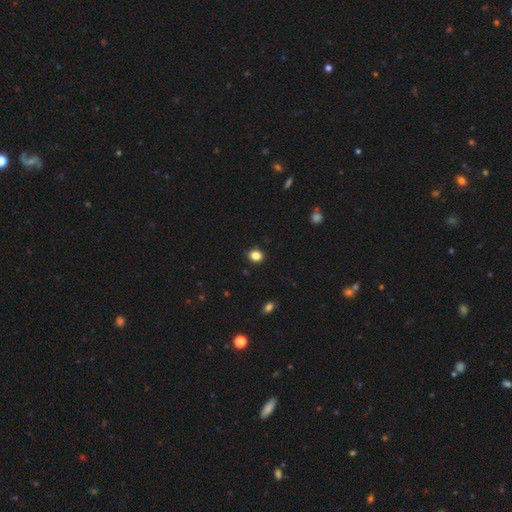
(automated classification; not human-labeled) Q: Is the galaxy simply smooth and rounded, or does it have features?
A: smooth — 85%.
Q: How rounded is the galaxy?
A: round — 62%.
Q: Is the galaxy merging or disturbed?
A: none — 86%.